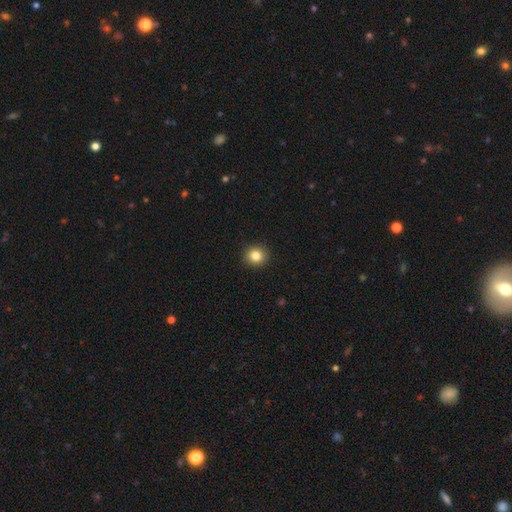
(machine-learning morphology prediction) A smooth galaxy with no disk features (84%) that is round (88%). Merging: none (92%).